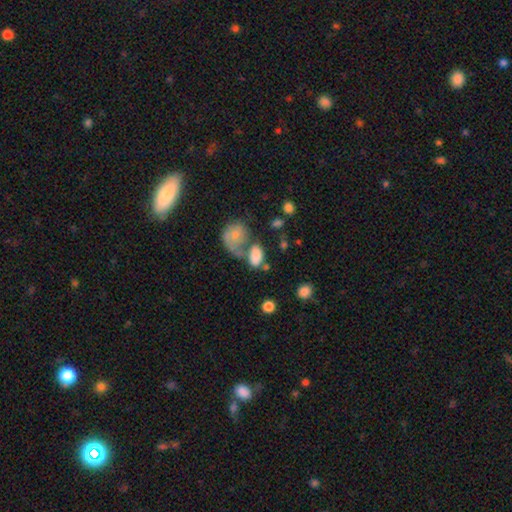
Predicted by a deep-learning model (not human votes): smooth 77%, featured or disk 14%, star or artifact 9%. Down the decision tree: how rounded — in between (87%); merging — merger (40%).